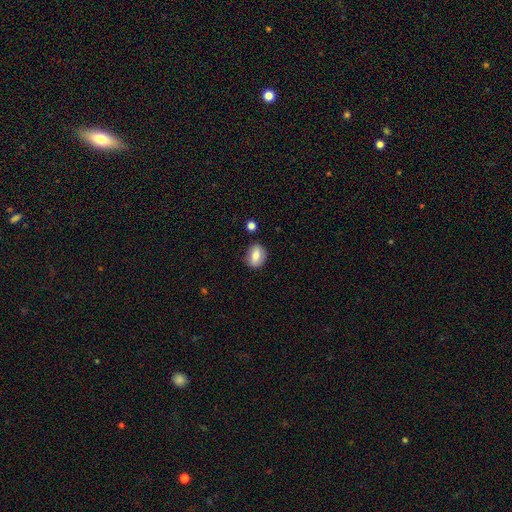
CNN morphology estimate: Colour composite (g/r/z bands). It shows a smooth galaxy with no disk features (70%) that is in between round and cigar-shaped (64%). Merging: none (80%).